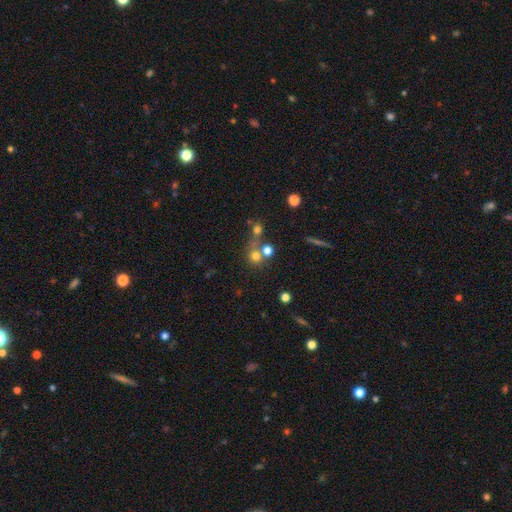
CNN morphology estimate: type=smooth (67%); roundness=round (88%); merging=none (49%).